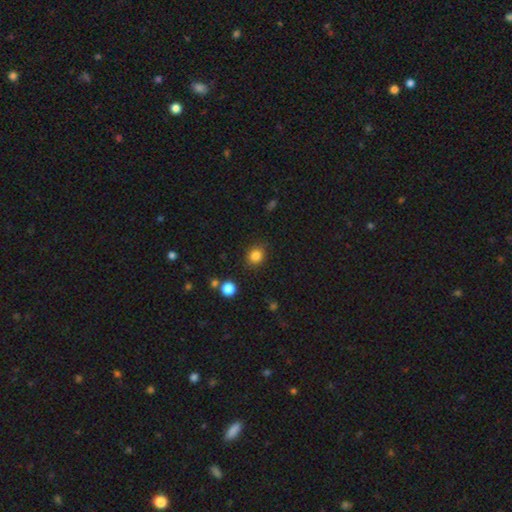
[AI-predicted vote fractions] This is clearly a smooth galaxy (84%). How rounded: likely round (77%). Merging: clearly none (85%).